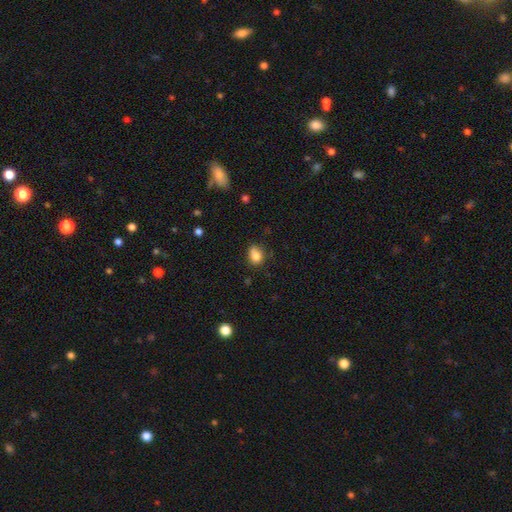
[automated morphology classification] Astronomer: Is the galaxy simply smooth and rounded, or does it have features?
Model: smooth — 83%.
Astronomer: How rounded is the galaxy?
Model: in between — 55% (runner-up: round, 43%).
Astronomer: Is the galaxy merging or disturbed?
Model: none — 64%.